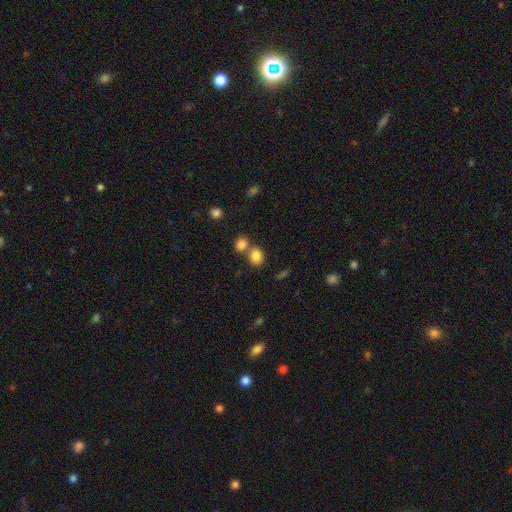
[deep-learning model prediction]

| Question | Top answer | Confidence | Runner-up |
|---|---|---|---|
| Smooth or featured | smooth | 84% | star or artifact (10%) |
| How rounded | round | 51% | in between (48%) |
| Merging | none | 52% | merger (36%) |